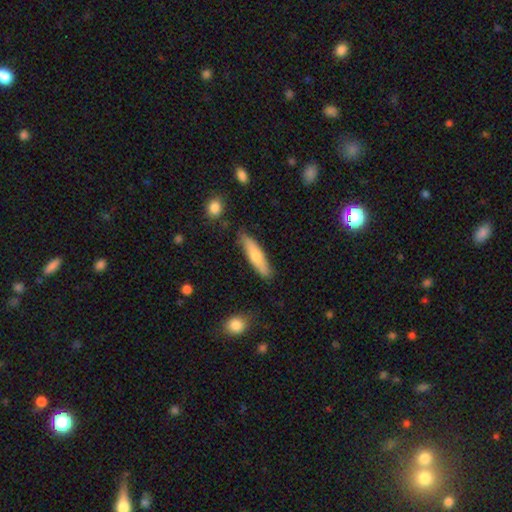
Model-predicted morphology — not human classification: Smooth or featured? Predicted: smooth (p=0.69). How rounded? Predicted: cigar-shaped (p=0.77). Merging? Predicted: none (p=0.81).